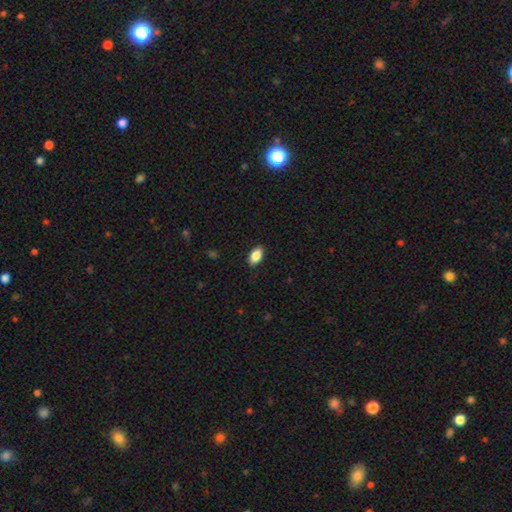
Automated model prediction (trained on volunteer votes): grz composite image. It shows a smooth galaxy with no disk features (87%) that is in between round and cigar-shaped (92%). Merging: none (87%).